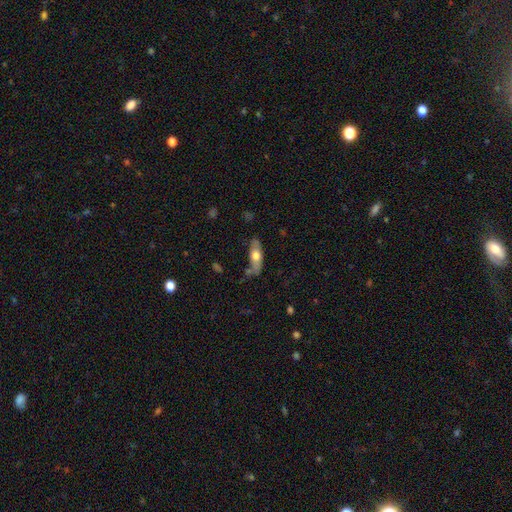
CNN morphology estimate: Smooth or featured? smooth (58%)
How rounded? in between (66%)
Merging? none (60%)